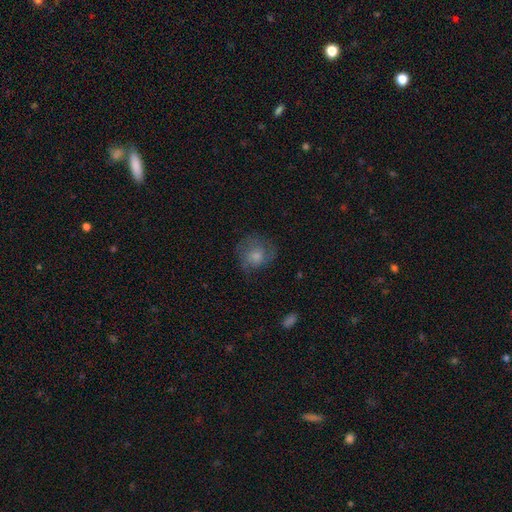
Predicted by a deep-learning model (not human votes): Morphology: type=smooth (59%); roundness=round (80%); merging=none (62%).